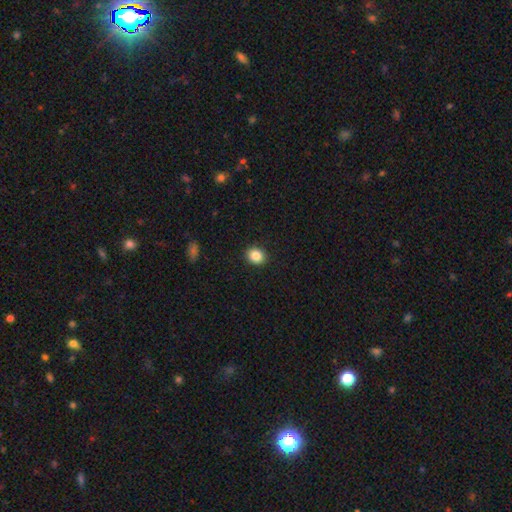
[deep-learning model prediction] smooth-or-featured: smooth: 86% | star or artifact: 9% | featured or disk: 5%
  how-rounded: round: 65% | in between: 34% | cigar-shaped: 1%
  merging: none: 91% | minor disturbance: 6% | major disturbance: 2% | merger: 1%